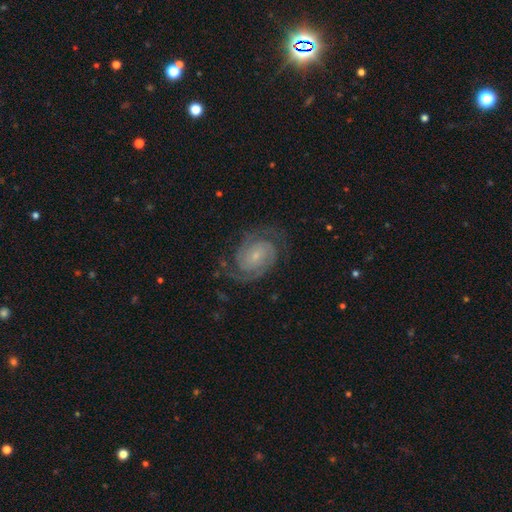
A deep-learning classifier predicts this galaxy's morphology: type=featured or disk (89%); edge-on=no (98%); bar=no (62%); spiral arms=yes (98%); winding=tight (57%); arm count=2 (82%); bulge=small (79%); merging=none (78%).